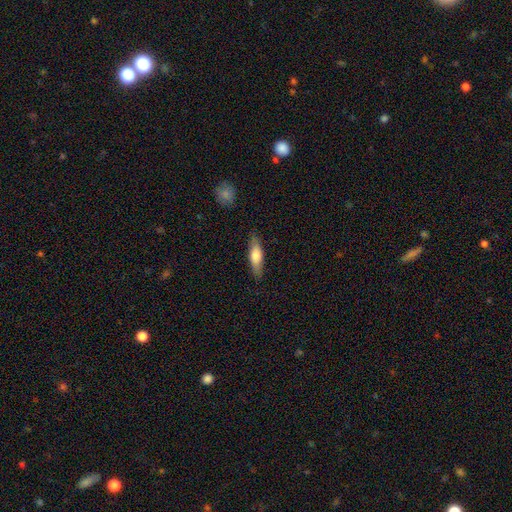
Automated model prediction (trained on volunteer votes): This appears to be a smooth galaxy with no disk features (68%) that is cigar-shaped (57%). Merging: none (85%).